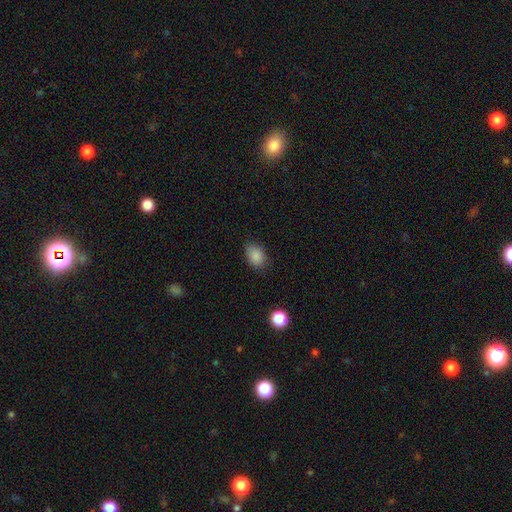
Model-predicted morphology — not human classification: smooth_or_featured: smooth (p=0.86) [alt: star or artifact p=0.10]
how_rounded: in between (p=0.77) [alt: round p=0.22]
merging: none (p=0.77) [alt: minor disturbance p=0.18]